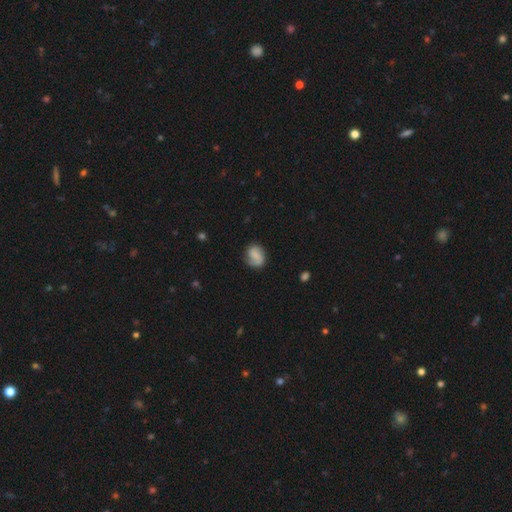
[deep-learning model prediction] Smooth or featured: featured or disk — 47% (smooth — 45%)
Merging: none — 65% (minor disturbance — 23%)